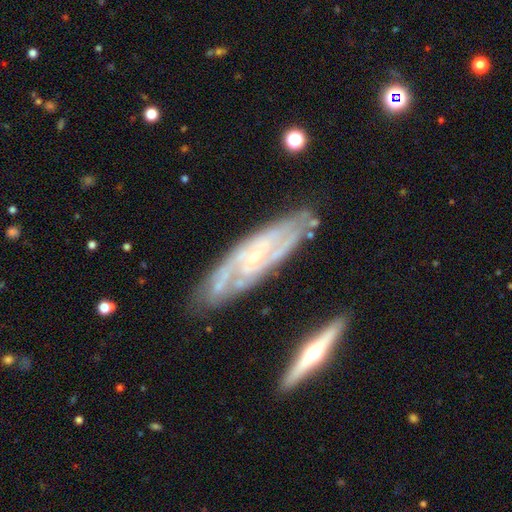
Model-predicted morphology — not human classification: A featured or disk galaxy (83%) with no bar (64%), tight (59%) spiral arms (91%) and a small central bulge (82%).

Vote fractions:
- Smooth or featured? featured or disk: 83% / smooth: 11% / star or artifact: 6%
- Edge-on disk? no: 80% / yes: 20%
- Bar? no: 64% / weak: 28% / strong: 8%
- Spiral arms? yes: 91% / no: 9%
- Spiral winding? tight: 59% / medium: 32% / loose: 9%
- Spiral arm count? can't tell: 44% / 2: 27% / 3: 14% / 4: 8% / more than 4: 4% / 1: 4%
- Bulge size? small: 82% / moderate: 13% / none: 4% / large: 1% / dominant: 1%
- Merging? none: 73% / minor disturbance: 19% / major disturbance: 5% / merger: 3%